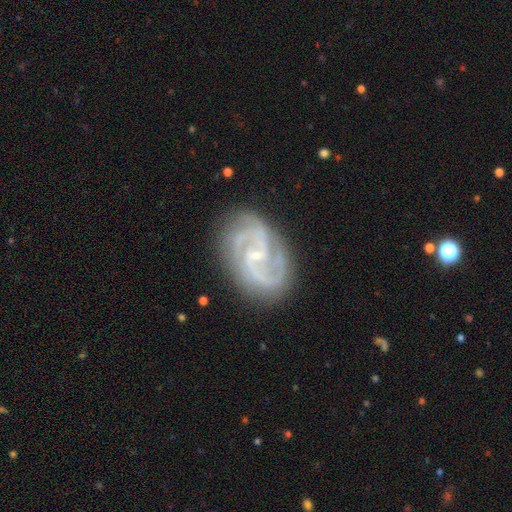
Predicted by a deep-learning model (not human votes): Smooth or featured? featured or disk (90%)
Edge-on disk? no (98%)
Bar? weak (47%)
Spiral arms? yes (98%)
Spiral winding? medium (51%)
Spiral arm count? 2 (55%)
Bulge size? small (79%)
Merging? none (78%)